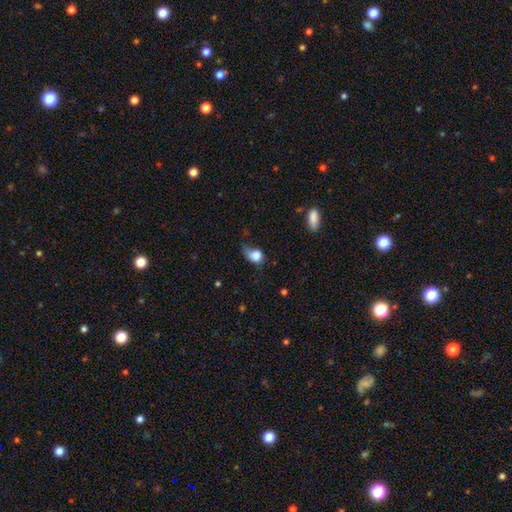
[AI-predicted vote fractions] Smooth or featured? smooth (79%)
How rounded? round (51%)
Merging? major disturbance (36%)